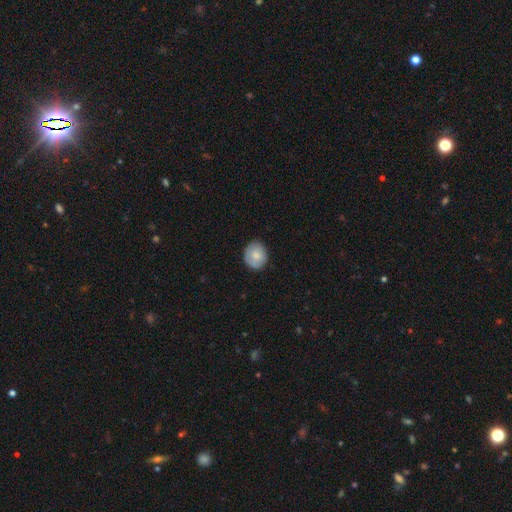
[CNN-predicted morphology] Smooth or featured?
  - smooth: 75% *
  - featured or disk: 18%
  - star or artifact: 7%
How rounded?
  - round: 69% *
  - in between: 30%
  - cigar-shaped: 1%
Merging?
  - none: 77% *
  - minor disturbance: 19%
  - major disturbance: 4%
  - merger: 1%